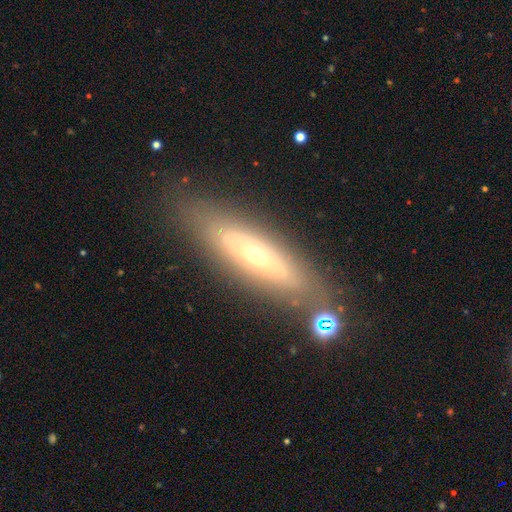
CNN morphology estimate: Smooth or featured? Predicted: featured or disk (p=0.59). Edge-on disk? Predicted: no (p=0.59). Merging? Predicted: none (p=0.78).